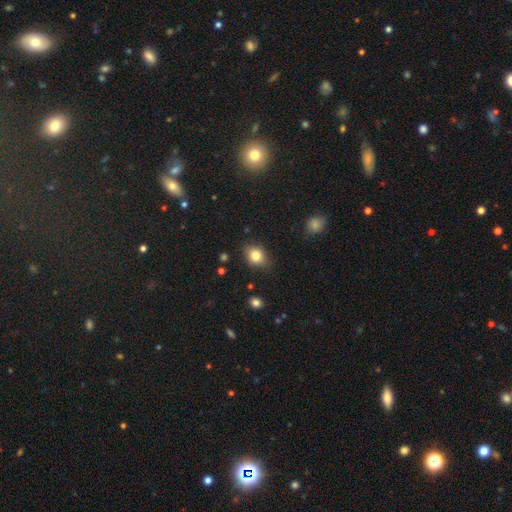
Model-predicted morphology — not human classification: Q: Smooth or featured?
A: smooth (81%); runner-up: star or artifact (10%)
Q: How rounded?
A: in between (52%); runner-up: round (47%)
Q: Merging?
A: none (78%); runner-up: minor disturbance (17%)